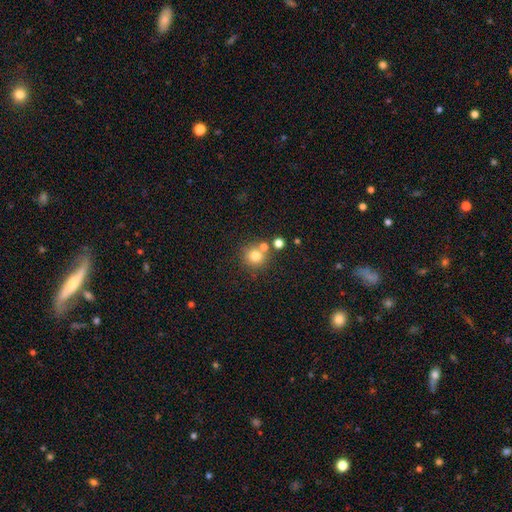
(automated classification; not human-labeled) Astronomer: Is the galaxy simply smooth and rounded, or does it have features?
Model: smooth — 76%.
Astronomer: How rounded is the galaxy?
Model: round — 92%.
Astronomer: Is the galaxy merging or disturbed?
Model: none — 67%.